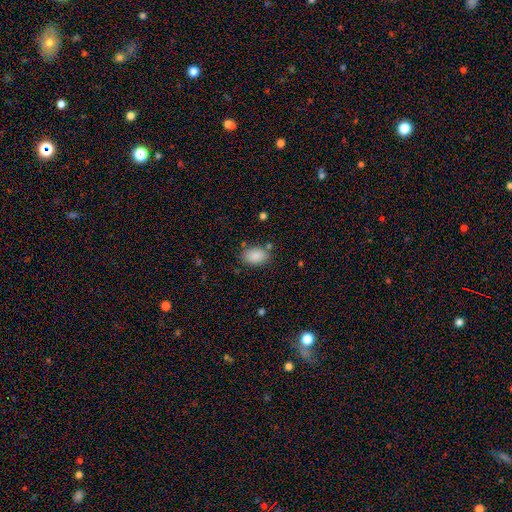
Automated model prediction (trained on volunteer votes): Smooth or featured? smooth (88%)
How rounded? in between (86%)
Merging? none (78%)